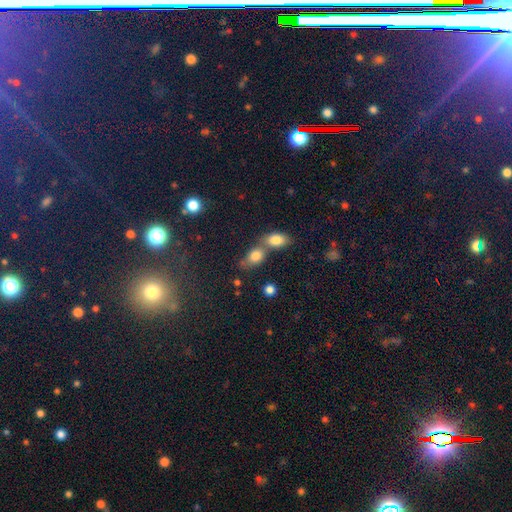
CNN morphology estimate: Overall: smooth (80%). How rounded: in between (78%). Merging: merger (52%; none 35%).